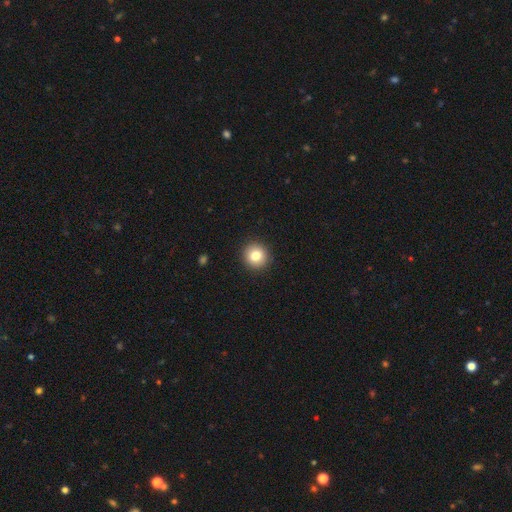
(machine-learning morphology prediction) A smooth galaxy with no disk features (81%) that is round (93%). Merging: none (93%).